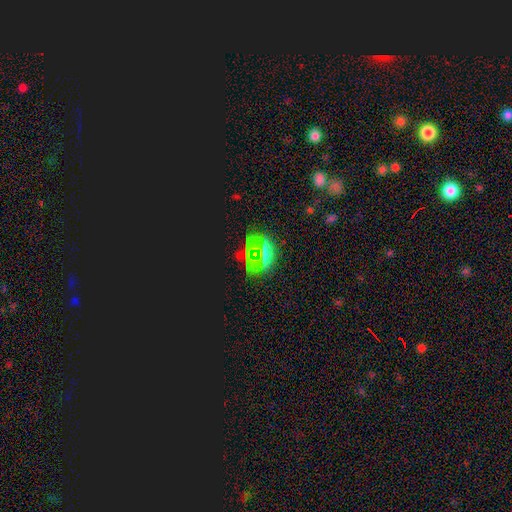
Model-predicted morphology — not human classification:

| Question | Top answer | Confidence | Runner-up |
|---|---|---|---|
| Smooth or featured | star or artifact | 68% | smooth (22%) |